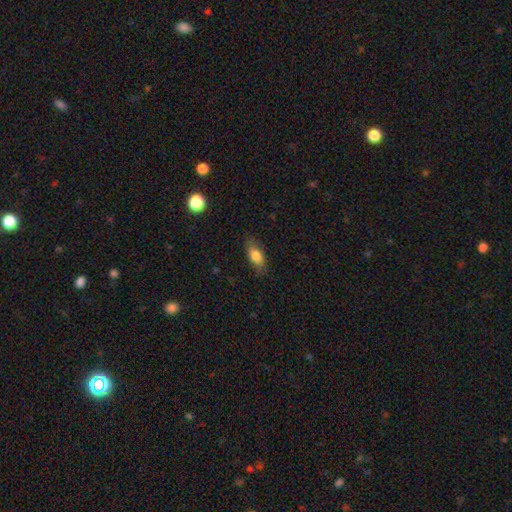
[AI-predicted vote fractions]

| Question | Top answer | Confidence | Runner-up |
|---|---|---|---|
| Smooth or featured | smooth | 80% | featured or disk (12%) |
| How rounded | in between | 85% | cigar-shaped (10%) |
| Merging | none | 81% | minor disturbance (14%) |